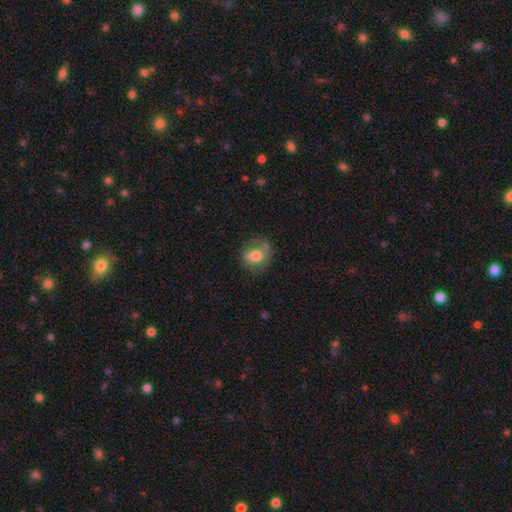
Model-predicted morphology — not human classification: Smooth or featured? smooth (61%)
How rounded? round (60%)
Merging? none (49%)